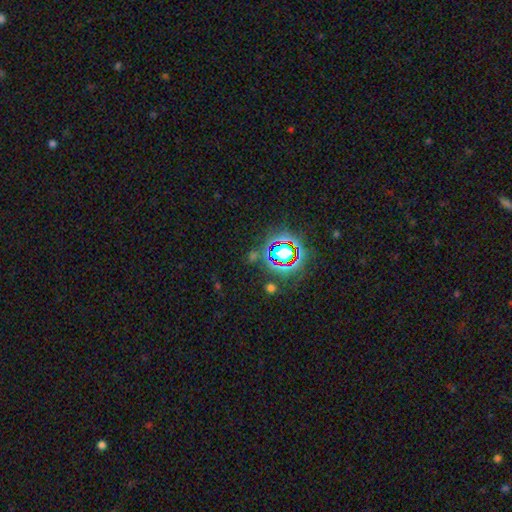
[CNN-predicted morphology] Q: Smooth or featured?
A: star or artifact (74%); runner-up: smooth (17%)